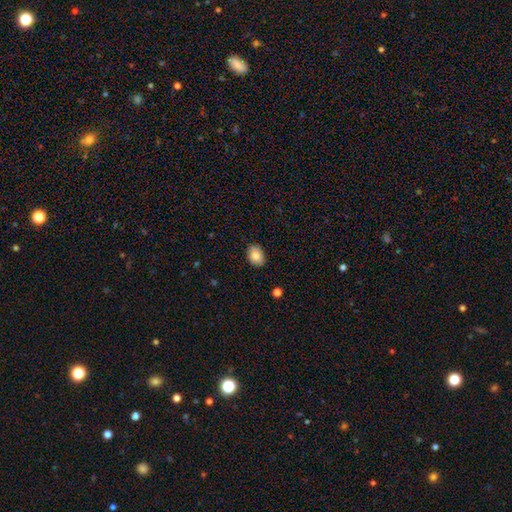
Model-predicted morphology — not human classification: smooth_or_featured: smooth (p=0.84) [alt: featured or disk p=0.09]
how_rounded: in between (p=0.76) [alt: round p=0.23]
merging: none (p=0.86) [alt: minor disturbance p=0.11]